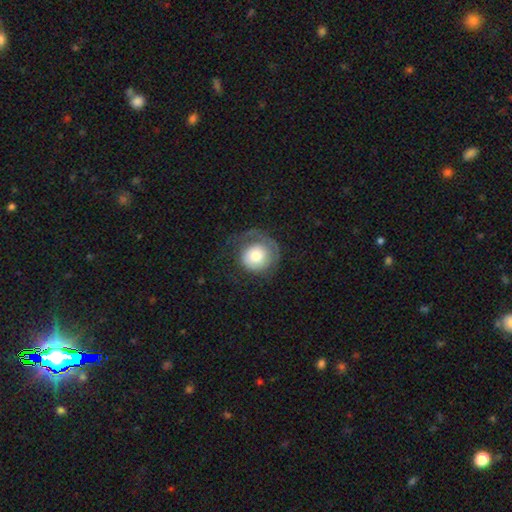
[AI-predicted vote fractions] Overall: smooth (59%; featured or disk 34%). How rounded: round (88%). Merging: none (47%; major disturbance 31%).